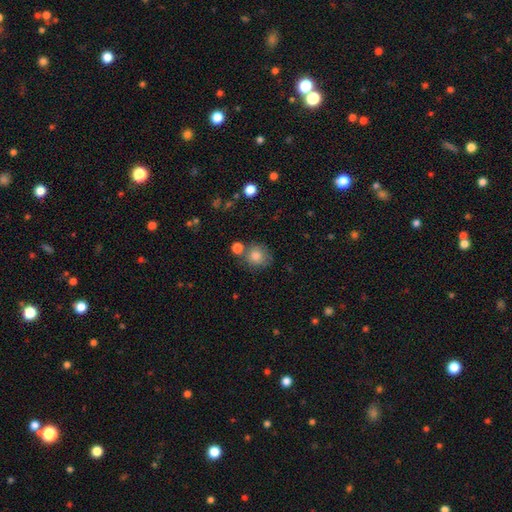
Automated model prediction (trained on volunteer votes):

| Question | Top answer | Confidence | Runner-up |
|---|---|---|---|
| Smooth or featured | smooth | 82% | star or artifact (10%) |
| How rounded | round | 83% | in between (16%) |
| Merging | none | 63% | merger (16%) |